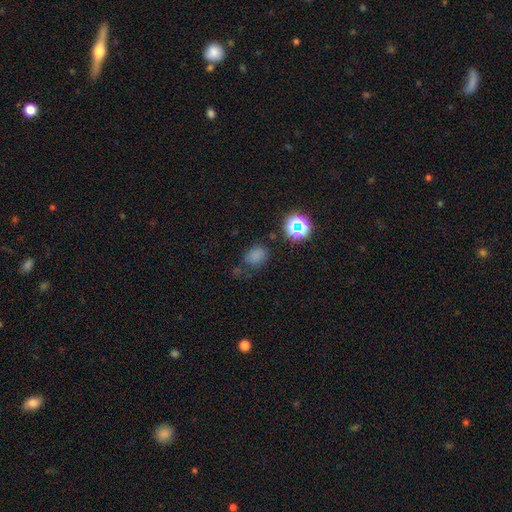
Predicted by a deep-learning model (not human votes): A smooth galaxy with no disk features (71%) that is in between round and cigar-shaped (61%). Merging: none (63%).